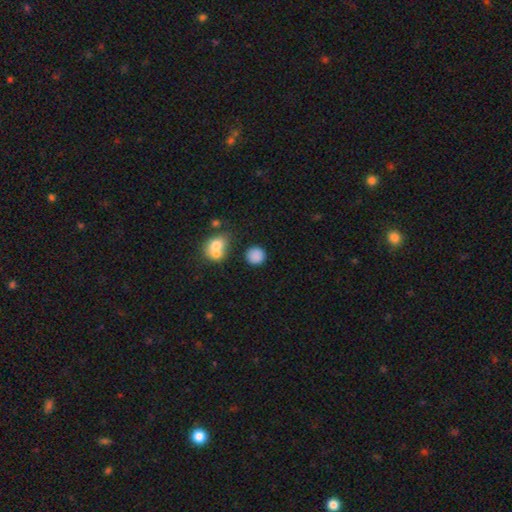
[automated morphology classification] This is clearly a smooth galaxy (85%). How rounded: clearly round (89%). Merging: likely none (77%).